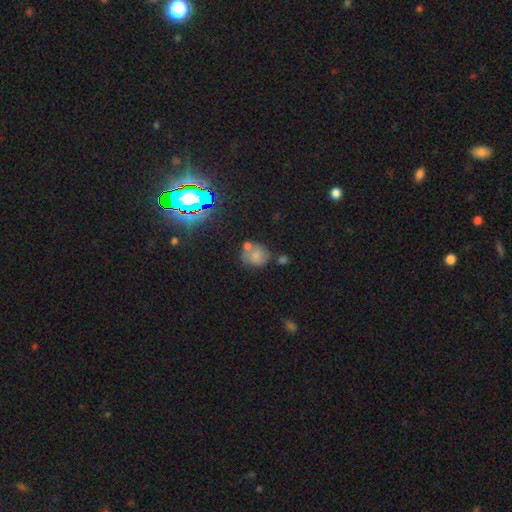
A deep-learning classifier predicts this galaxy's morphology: type=smooth (64%); roundness=round (65%); merging=none (45%).